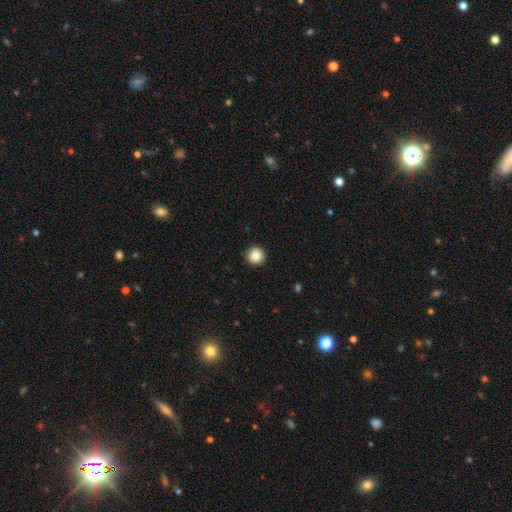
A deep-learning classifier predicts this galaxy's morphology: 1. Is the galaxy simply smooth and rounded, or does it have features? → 83% smooth, 9% star or artifact, 7% featured or disk.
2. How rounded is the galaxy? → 96% round, 3% in between, 1% cigar-shaped.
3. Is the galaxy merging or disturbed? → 93% none, 4% minor disturbance, 1% major disturbance, 1% merger.